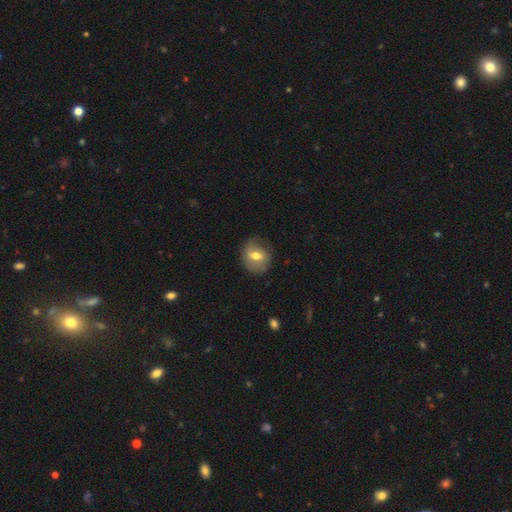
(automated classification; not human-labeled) smooth-or-featured: smooth: 57% | featured or disk: 35% | star or artifact: 8%
  how-rounded: round: 69% | in between: 30% | cigar-shaped: 1%
  merging: none: 72% | minor disturbance: 20% | major disturbance: 7% | merger: 1%